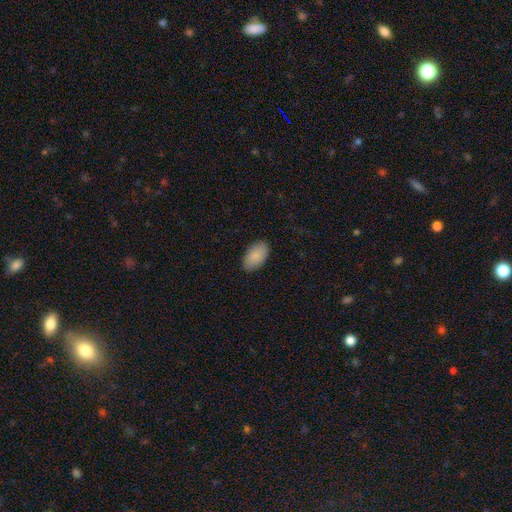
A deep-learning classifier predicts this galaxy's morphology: Smooth or featured? smooth (88%)
How rounded? in between (95%)
Merging? none (88%)